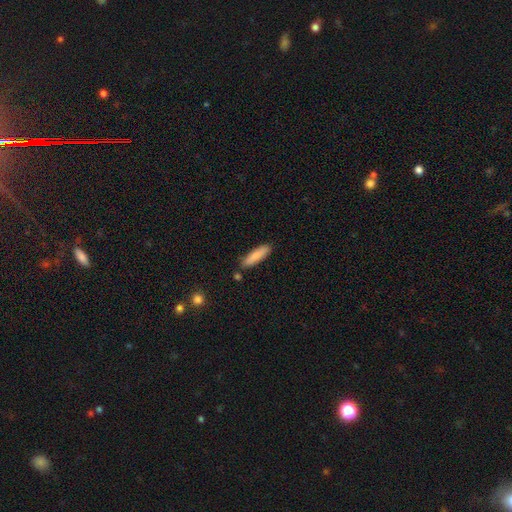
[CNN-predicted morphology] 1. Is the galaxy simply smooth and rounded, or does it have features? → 84% smooth, 10% featured or disk, 6% star or artifact.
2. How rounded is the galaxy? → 71% cigar-shaped, 28% in between, 1% round.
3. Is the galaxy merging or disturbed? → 84% none, 10% minor disturbance, 3% merger, 2% major disturbance.